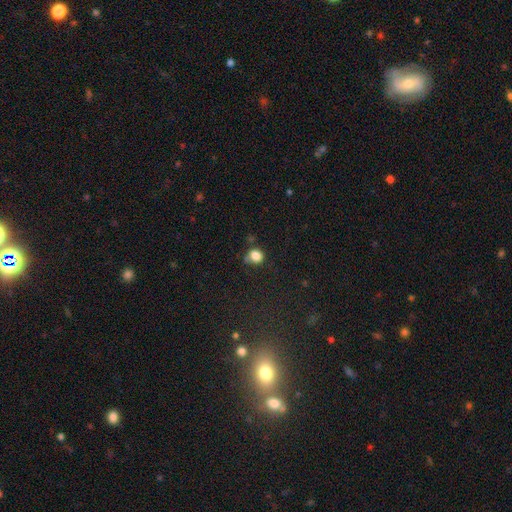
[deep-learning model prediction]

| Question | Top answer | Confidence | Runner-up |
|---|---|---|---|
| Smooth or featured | smooth | 82% | star or artifact (12%) |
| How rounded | round | 72% | in between (27%) |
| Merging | none | 61% | minor disturbance (24%) |